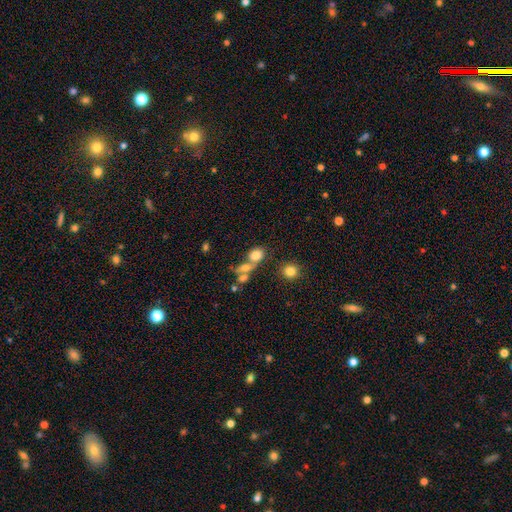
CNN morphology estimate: Smooth or featured? Predicted: smooth (p=0.76). How rounded? Predicted: in between (p=0.52). Merging? Predicted: merger (p=0.43).